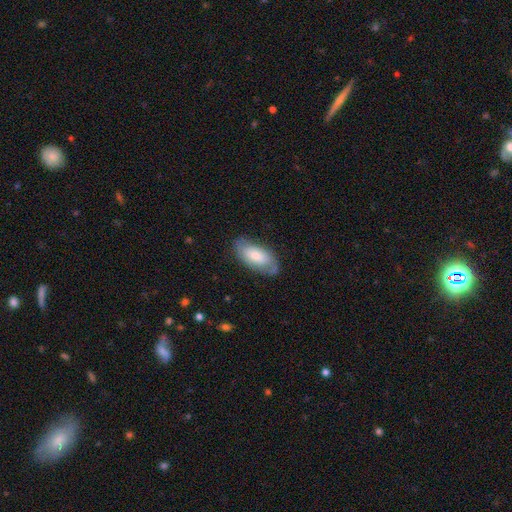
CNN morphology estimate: A smooth galaxy with no disk features (66%) that is in between round and cigar-shaped (91%). Merging: none (75%).